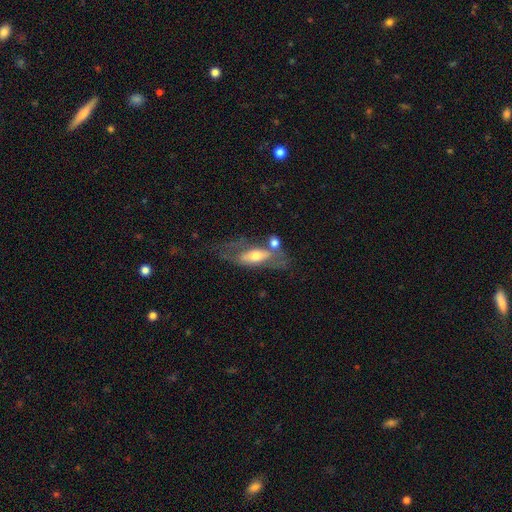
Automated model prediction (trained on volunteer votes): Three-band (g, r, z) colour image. It shows a featured or disk galaxy (50%). Merging: none (37%).